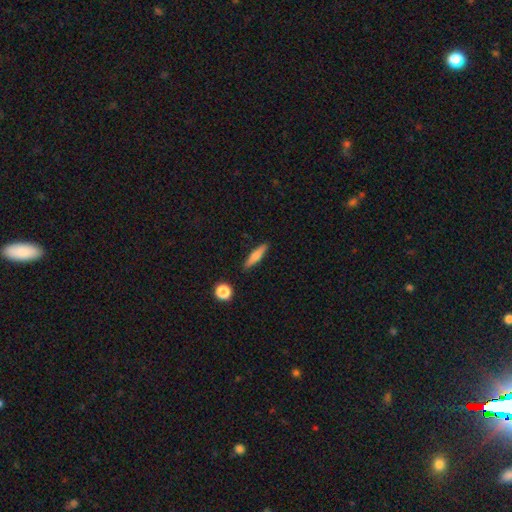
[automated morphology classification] A smooth galaxy with no disk features (59%) that is cigar-shaped (81%).

Vote fractions:
- Smooth or featured? smooth: 59% / featured or disk: 34% / star or artifact: 7%
- How rounded? cigar-shaped: 81% / in between: 17% / round: 3%
- Merging? none: 89% / minor disturbance: 8% / merger: 2% / major disturbance: 2%